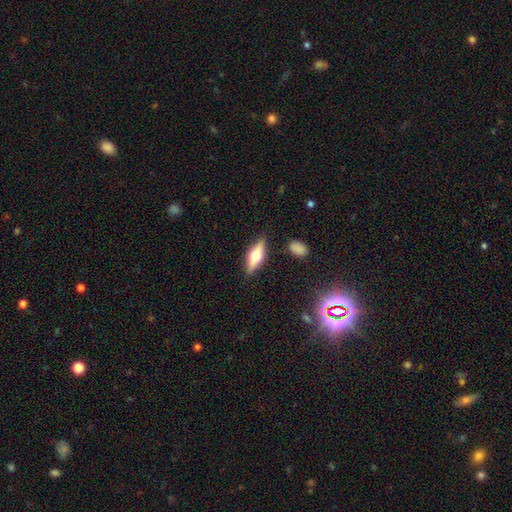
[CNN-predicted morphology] smooth-or-featured: featured or disk: 48% | smooth: 45% | star or artifact: 7%
  merging: none: 85% | minor disturbance: 10% | major disturbance: 3% | merger: 2%